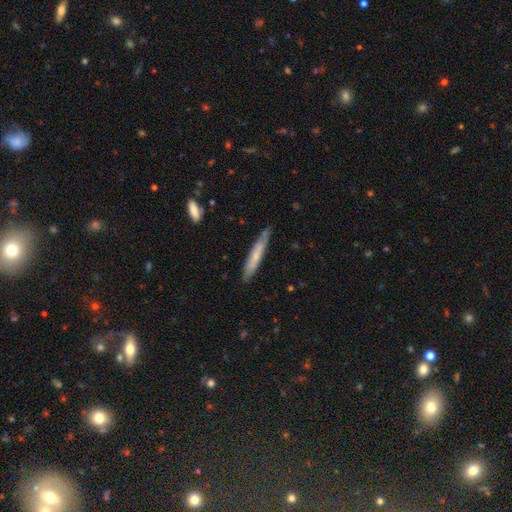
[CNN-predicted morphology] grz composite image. It shows a smooth galaxy with no disk features (56%) that is cigar-shaped (93%). Merging: none (80%).